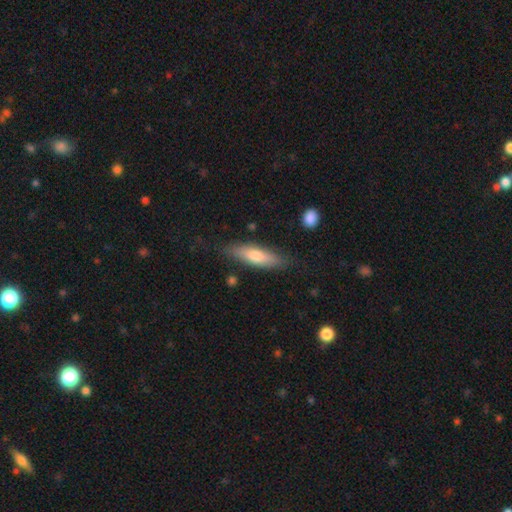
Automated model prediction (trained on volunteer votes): smooth_or_featured: smooth (p=0.64) [alt: featured or disk p=0.30]
how_rounded: cigar-shaped (p=0.65) [alt: in between p=0.33]
merging: none (p=0.80) [alt: minor disturbance p=0.15]